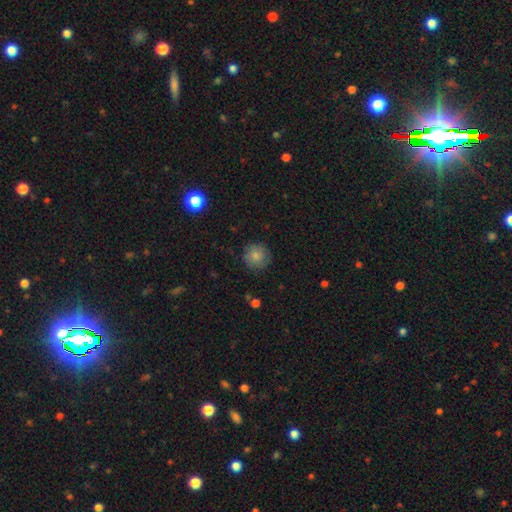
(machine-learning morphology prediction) A smooth galaxy with no disk features (82%) that is round (95%).

Vote fractions:
- Smooth or featured? smooth: 82% / star or artifact: 9% / featured or disk: 9%
- How rounded? round: 95% / in between: 4% / cigar-shaped: 1%
- Merging? none: 87% / minor disturbance: 10% / major disturbance: 2% / merger: 1%